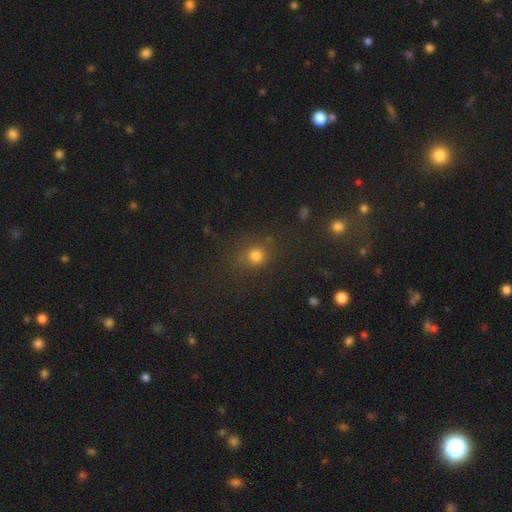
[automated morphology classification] This appears to be a smooth galaxy with no disk features (73%) that is round (83%). Merging: none (76%).